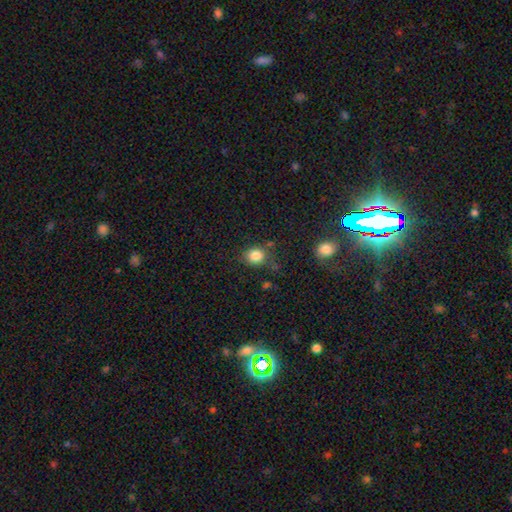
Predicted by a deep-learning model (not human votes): Smooth or featured: smooth — 84% (star or artifact — 11%)
How rounded: round — 75% (in between — 24%)
Merging: none — 74% (minor disturbance — 16%)